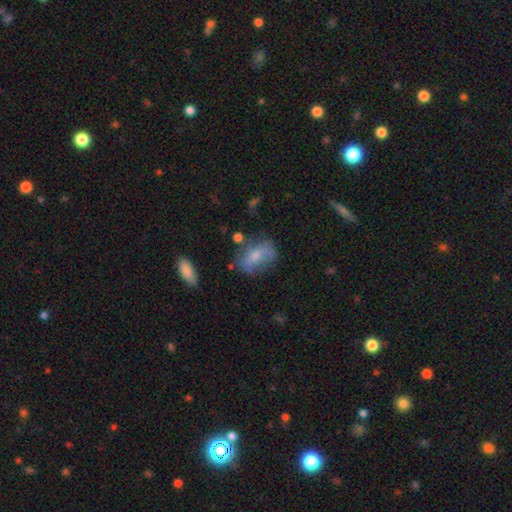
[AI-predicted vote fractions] smooth-or-featured: smooth: 57% | featured or disk: 34% | star or artifact: 9%
  how-rounded: in between: 81% | round: 15% | cigar-shaped: 5%
  merging: none: 50% | minor disturbance: 28% | major disturbance: 17% | merger: 6%